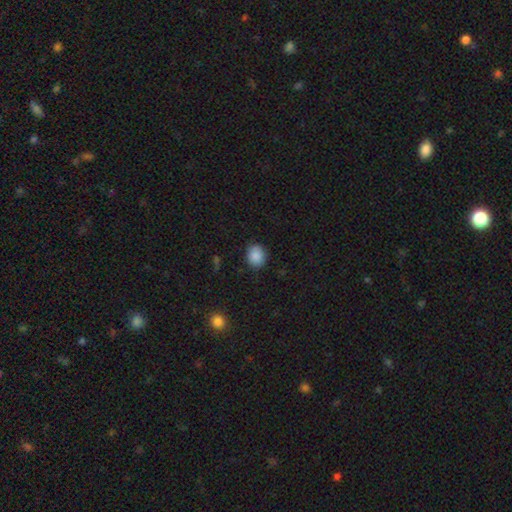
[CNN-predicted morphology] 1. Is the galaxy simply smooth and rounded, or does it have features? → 87% smooth, 9% star or artifact, 4% featured or disk.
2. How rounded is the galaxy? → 66% round, 33% in between, 1% cigar-shaped.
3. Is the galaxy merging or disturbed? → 83% none, 13% minor disturbance, 3% major disturbance, 1% merger.